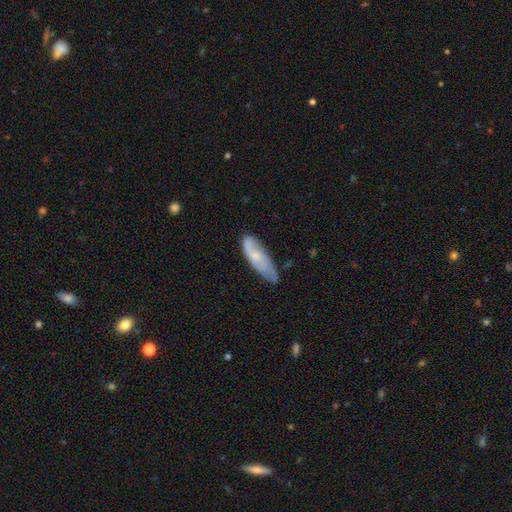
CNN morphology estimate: This is possibly a featured or disk galaxy (47%). Merging: possibly none (51%).